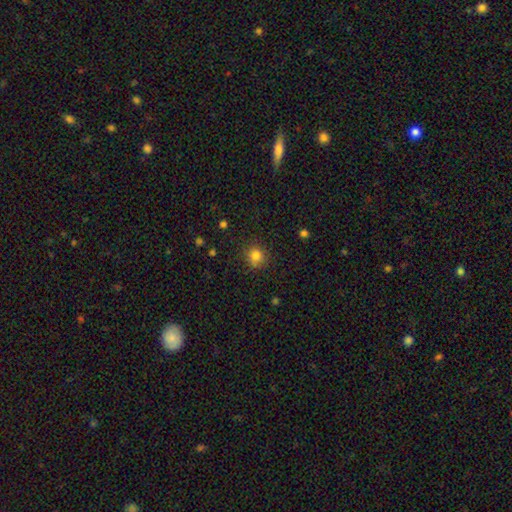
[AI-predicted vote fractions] Smooth or featured?
  - smooth: 81% *
  - star or artifact: 13%
  - featured or disk: 6%
How rounded?
  - round: 88% *
  - in between: 11%
  - cigar-shaped: 1%
Merging?
  - none: 86% *
  - minor disturbance: 10%
  - major disturbance: 3%
  - merger: 1%